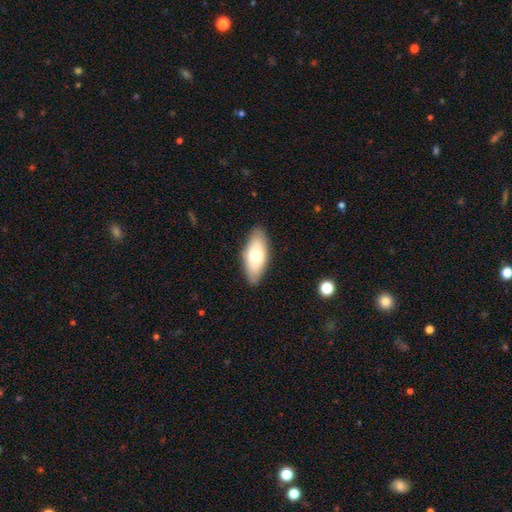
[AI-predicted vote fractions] Morphology: type=smooth (69%); roundness=in between (86%); merging=none (84%).